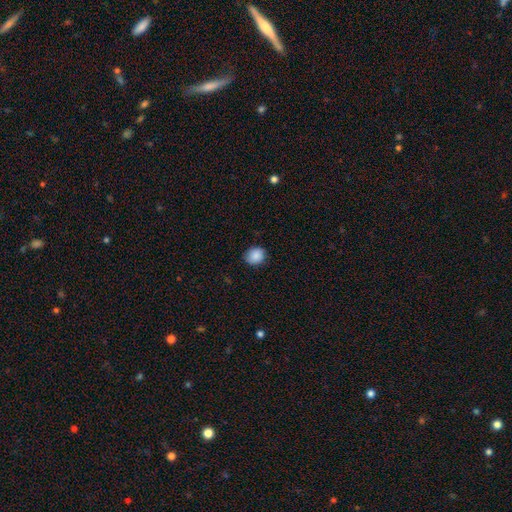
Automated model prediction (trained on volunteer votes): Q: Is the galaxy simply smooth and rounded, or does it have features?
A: smooth — 88%.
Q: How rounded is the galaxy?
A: round — 73%.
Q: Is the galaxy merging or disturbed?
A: none — 83%.